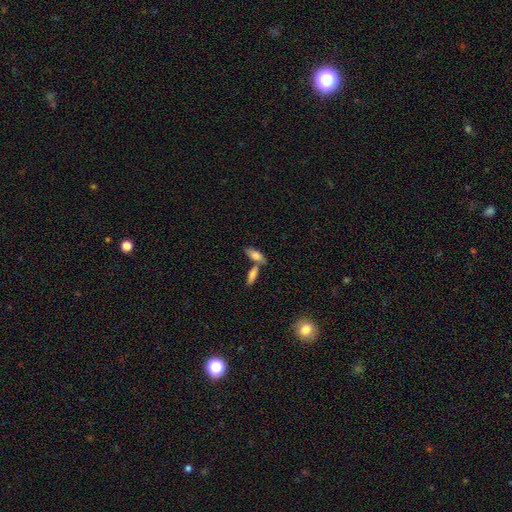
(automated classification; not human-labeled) Smooth or featured: smooth — 79% (featured or disk — 14%)
How rounded: in between — 78% (cigar-shaped — 19%)
Merging: none — 49% (merger — 36%)